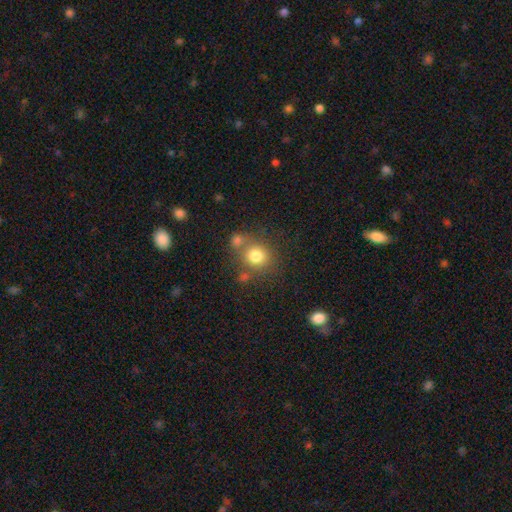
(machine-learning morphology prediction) A smooth galaxy with no disk features (78%) that is round (85%).

Vote fractions:
- Smooth or featured? smooth: 78% / star or artifact: 12% / featured or disk: 10%
- How rounded? round: 85% / in between: 14% / cigar-shaped: 1%
- Merging? none: 60% / merger: 24% / minor disturbance: 11% / major disturbance: 5%